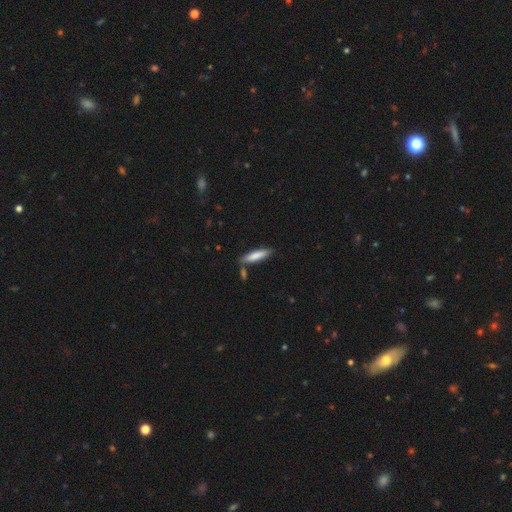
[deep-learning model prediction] Overall: smooth (80%). How rounded: cigar-shaped (77%). Merging: none (77%).